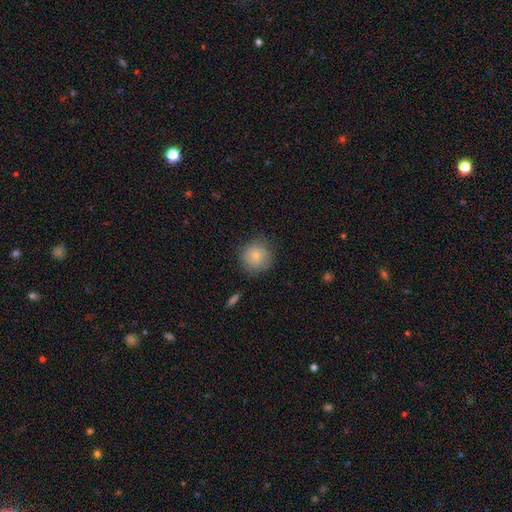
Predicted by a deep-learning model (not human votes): The model was most divided on "merging": none: 80%, minor disturbance: 15%, major disturbance: 4%, merger: 1%. More confident: how rounded — round (92%); smooth or featured — smooth (79%).